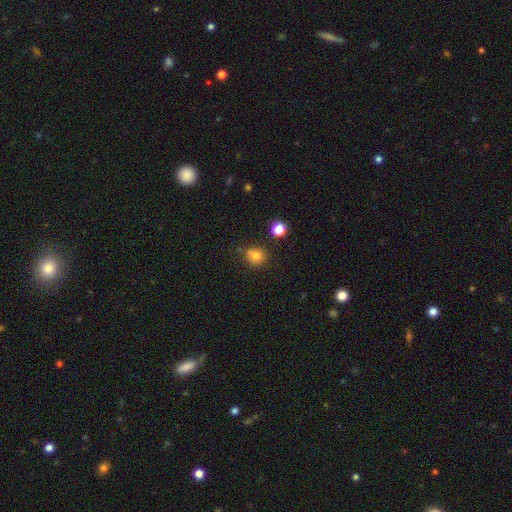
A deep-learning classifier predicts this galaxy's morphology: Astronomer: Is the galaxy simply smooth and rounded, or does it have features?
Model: smooth — 77%.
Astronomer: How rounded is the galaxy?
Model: round — 86%.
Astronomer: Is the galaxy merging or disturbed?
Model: none — 70%.